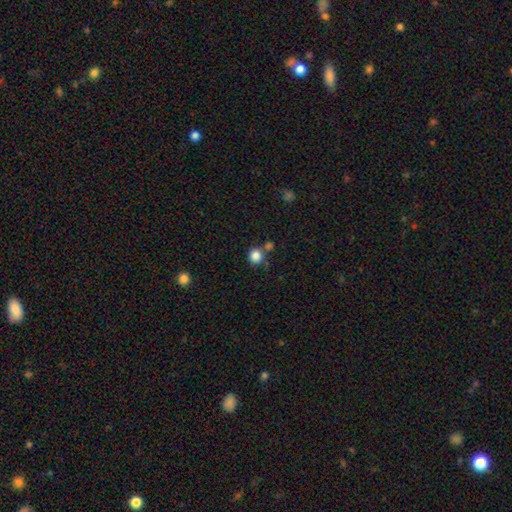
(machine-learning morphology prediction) Smooth or featured? smooth (85%)
How rounded? round (89%)
Merging? none (69%)